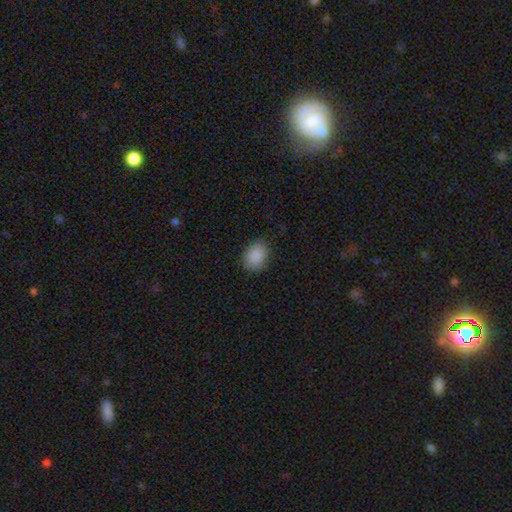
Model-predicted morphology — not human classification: This is clearly a smooth galaxy (89%). How rounded: likely in between (63%). Merging: clearly none (84%).